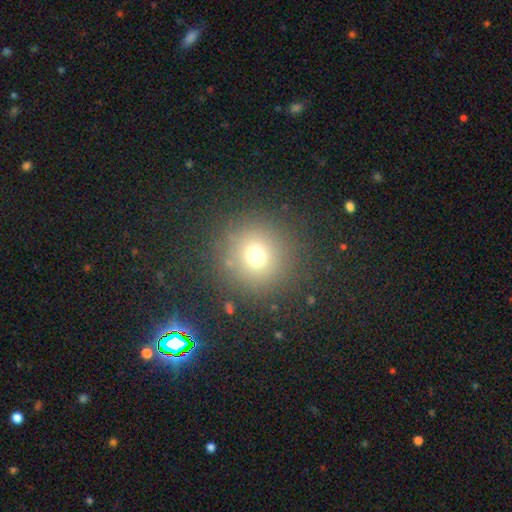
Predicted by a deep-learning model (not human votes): A smooth galaxy with no disk features (70%) that is round (94%). Merging: none (87%).